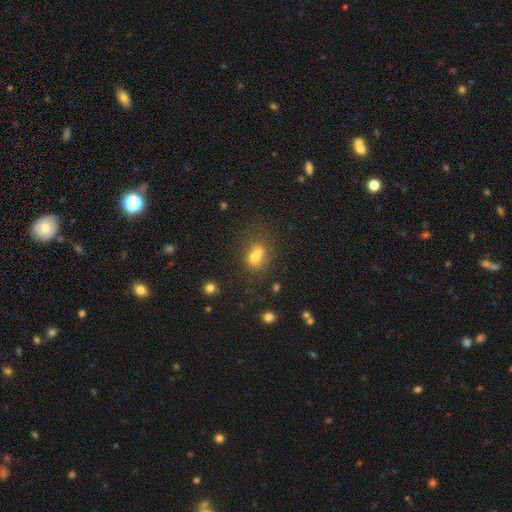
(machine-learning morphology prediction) type=smooth (69%); roundness=in between (64%); merging=none (40%).